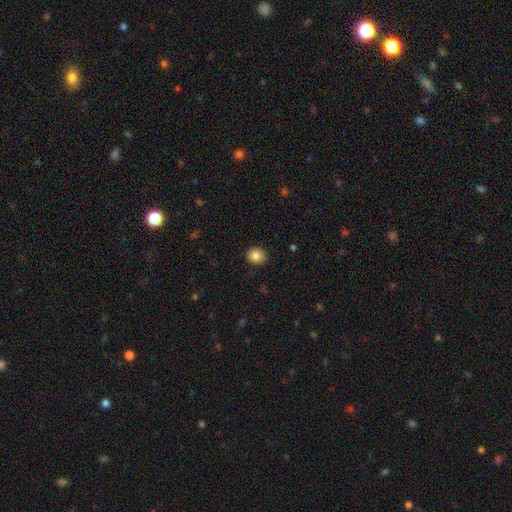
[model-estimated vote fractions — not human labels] Morphology: type=smooth (85%); roundness=round (79%); merging=none (91%).